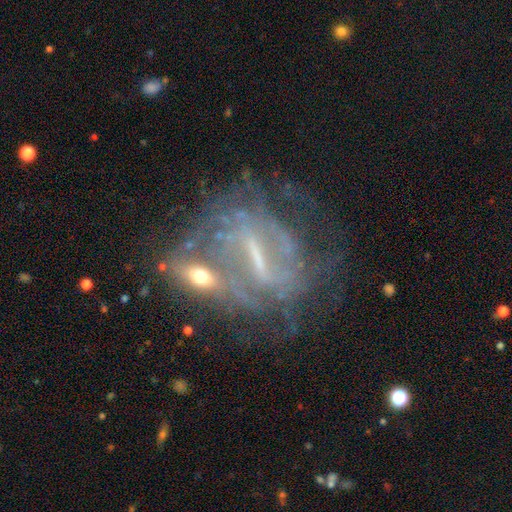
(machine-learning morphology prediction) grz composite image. It shows a featured or disk galaxy (77%) with a strong bar (57%), spiral arms (65%) and a small central bulge (44%). Merging: none (39%).